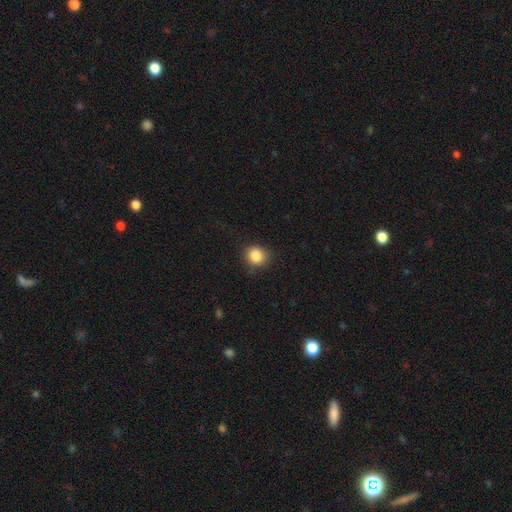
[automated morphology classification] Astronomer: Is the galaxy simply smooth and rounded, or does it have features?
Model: smooth — 86%.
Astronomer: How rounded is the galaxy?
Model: round — 80%.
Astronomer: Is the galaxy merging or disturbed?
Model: none — 80%.